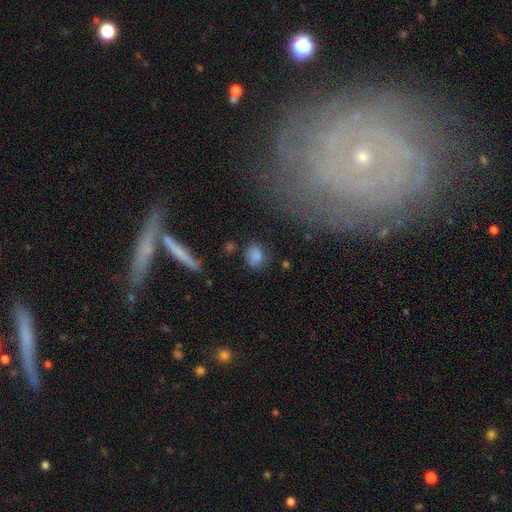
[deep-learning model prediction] smooth_or_featured: smooth (p=0.83) [alt: star or artifact p=0.10]
how_rounded: in between (p=0.55) [alt: round p=0.43]
merging: none (p=0.69) [alt: minor disturbance p=0.20]